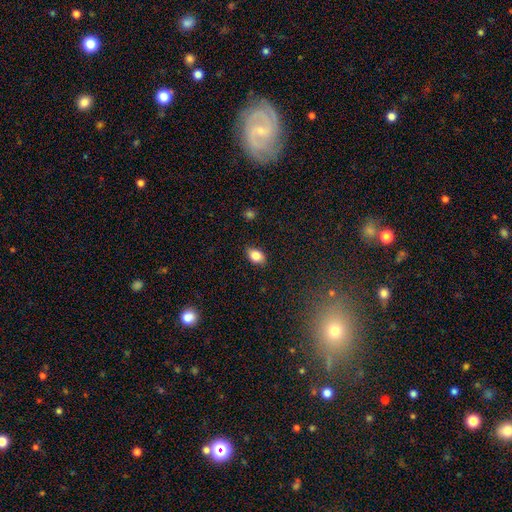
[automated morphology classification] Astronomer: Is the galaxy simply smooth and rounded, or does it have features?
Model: smooth — 83%.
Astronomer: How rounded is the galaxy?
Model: in between — 85%.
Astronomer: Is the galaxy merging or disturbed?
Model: none — 83%.